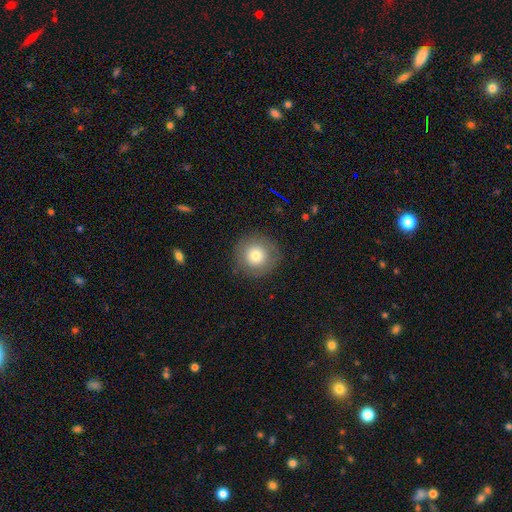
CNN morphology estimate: A smooth galaxy with no disk features (74%) that is round (95%). Merging: none (87%).